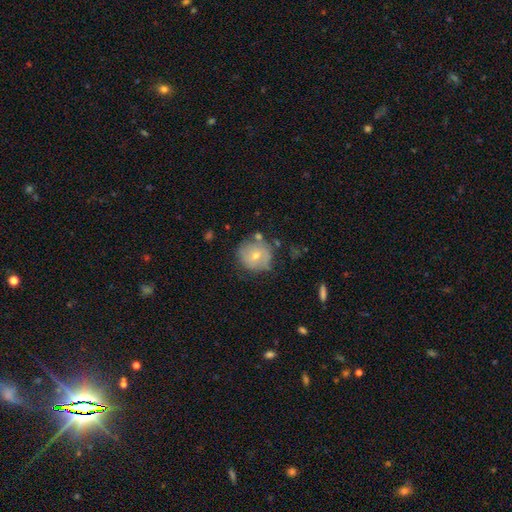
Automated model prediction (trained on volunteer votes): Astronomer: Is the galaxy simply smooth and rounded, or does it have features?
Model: smooth — 59%.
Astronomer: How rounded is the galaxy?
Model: round — 91%.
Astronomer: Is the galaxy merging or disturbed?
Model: none — 67%.